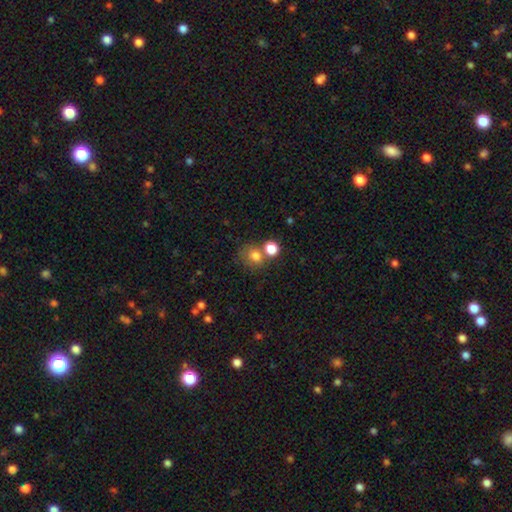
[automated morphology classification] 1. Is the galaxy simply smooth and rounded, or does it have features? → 77% smooth, 13% star or artifact, 9% featured or disk.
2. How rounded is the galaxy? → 75% round, 25% in between, 1% cigar-shaped.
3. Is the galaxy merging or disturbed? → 51% none, 31% merger, 12% minor disturbance, 6% major disturbance.